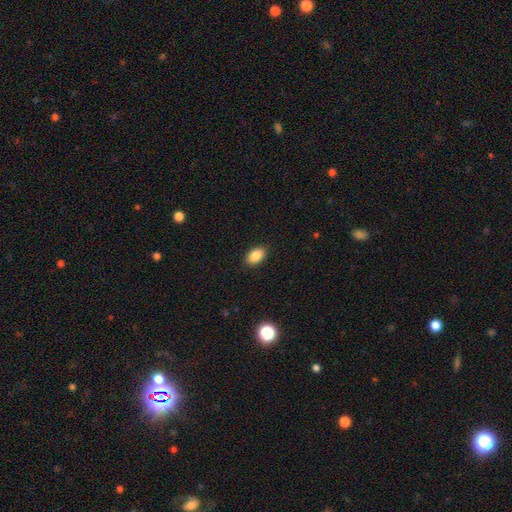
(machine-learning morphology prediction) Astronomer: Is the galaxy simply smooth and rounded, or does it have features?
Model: smooth — 87%.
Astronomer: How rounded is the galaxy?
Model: in between — 90%.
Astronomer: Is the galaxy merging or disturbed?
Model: none — 89%.